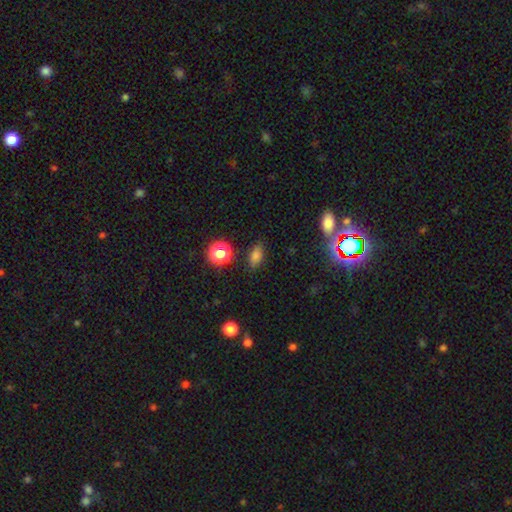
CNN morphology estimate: A smooth galaxy with no disk features (76%) that is in between round and cigar-shaped (77%).

Vote fractions:
- Smooth or featured? smooth: 76% / star or artifact: 16% / featured or disk: 7%
- How rounded? in between: 77% / round: 14% / cigar-shaped: 9%
- Merging? none: 82% / minor disturbance: 13% / major disturbance: 3% / merger: 2%